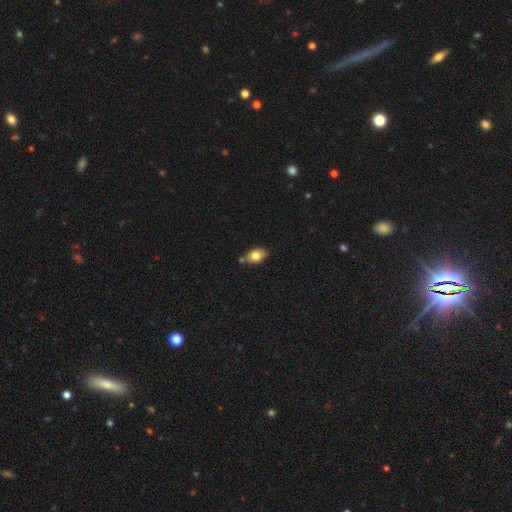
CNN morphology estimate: Overall: smooth (76%). How rounded: in between (83%). Merging: none (68%).